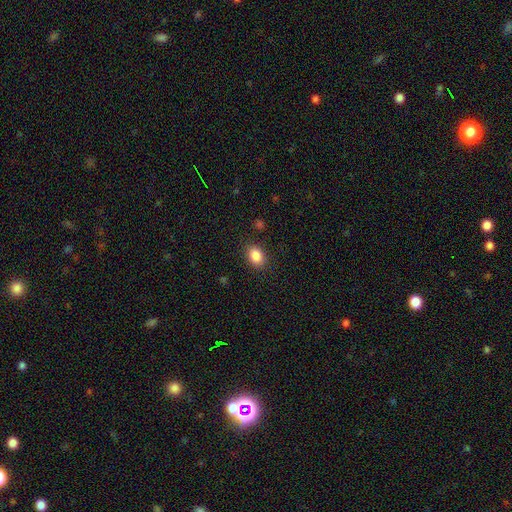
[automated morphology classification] A smooth galaxy with no disk features (87%) that is in between round and cigar-shaped (70%). Merging: none (87%).